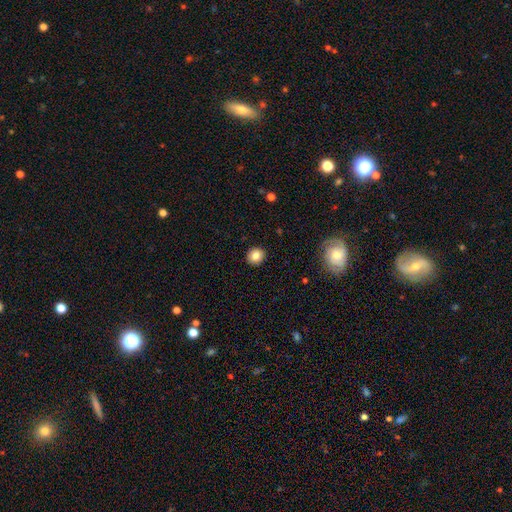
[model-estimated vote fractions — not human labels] The model was most divided on "smooth or featured": smooth: 83%, star or artifact: 10%, featured or disk: 7%. More confident: merging — none (92%); how rounded — round (88%).